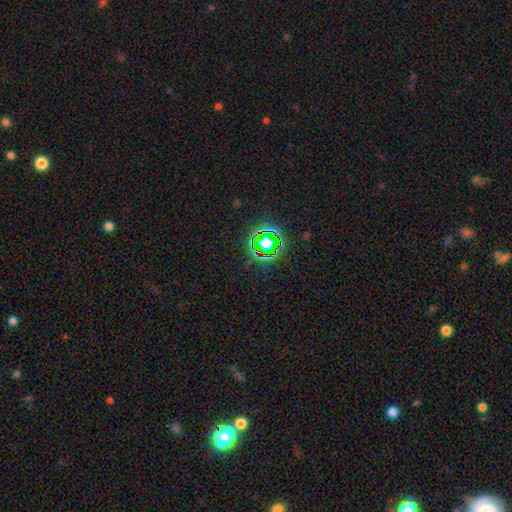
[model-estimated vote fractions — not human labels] A star or artifact, not a galaxy (78%).

Vote fractions:
- Smooth or featured? star or artifact: 78% / smooth: 15% / featured or disk: 8%